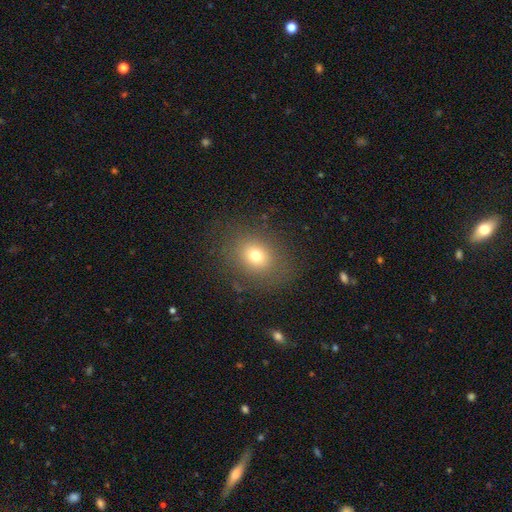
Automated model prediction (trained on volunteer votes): A smooth galaxy with no disk features (72%) that is round (60%).

Vote fractions:
- Smooth or featured? smooth: 72% / star or artifact: 15% / featured or disk: 13%
- How rounded? round: 60% / in between: 39% / cigar-shaped: 1%
- Merging? none: 82% / minor disturbance: 11% / major disturbance: 6% / merger: 1%